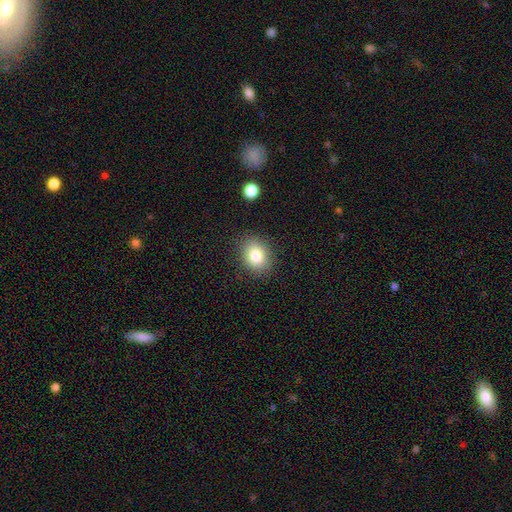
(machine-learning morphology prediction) A smooth galaxy with no disk features (81%) that is round (51%).

Vote fractions:
- Smooth or featured? smooth: 81% / star or artifact: 10% / featured or disk: 8%
- How rounded? round: 51% / in between: 48% / cigar-shaped: 1%
- Merging? none: 86% / minor disturbance: 10% / major disturbance: 3% / merger: 1%